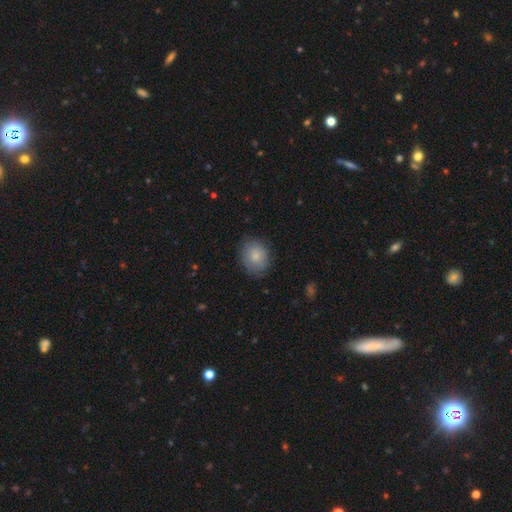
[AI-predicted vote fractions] Q: Smooth or featured?
A: smooth (81%); runner-up: featured or disk (11%)
Q: How rounded?
A: round (62%); runner-up: in between (37%)
Q: Merging?
A: none (79%); runner-up: minor disturbance (16%)